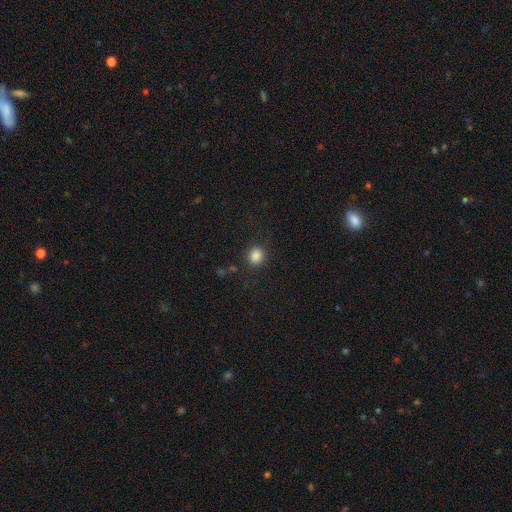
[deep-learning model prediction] This appears to be a smooth galaxy with no disk features (86%) that is round (78%). Merging: none (86%).